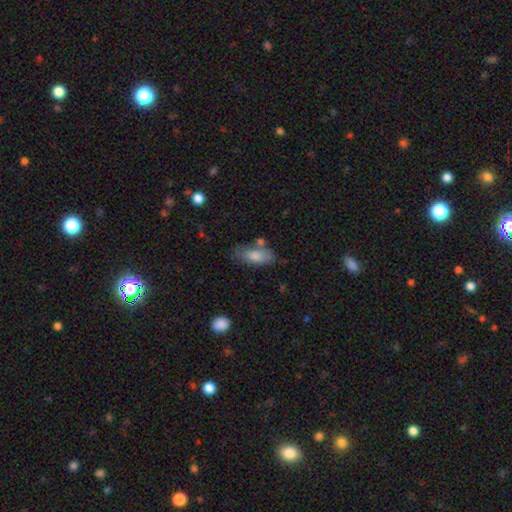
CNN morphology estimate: Q: Smooth or featured?
A: smooth (80%); runner-up: featured or disk (14%)
Q: How rounded?
A: in between (82%); runner-up: cigar-shaped (16%)
Q: Merging?
A: none (61%); runner-up: minor disturbance (21%)